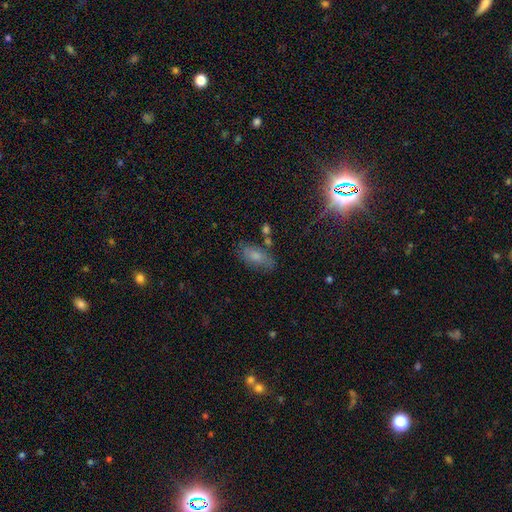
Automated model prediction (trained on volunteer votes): smooth_or_featured: smooth (p=0.65) [alt: featured or disk p=0.21]
how_rounded: in between (p=0.88) [alt: cigar-shaped p=0.08]
merging: none (p=0.68) [alt: minor disturbance p=0.20]